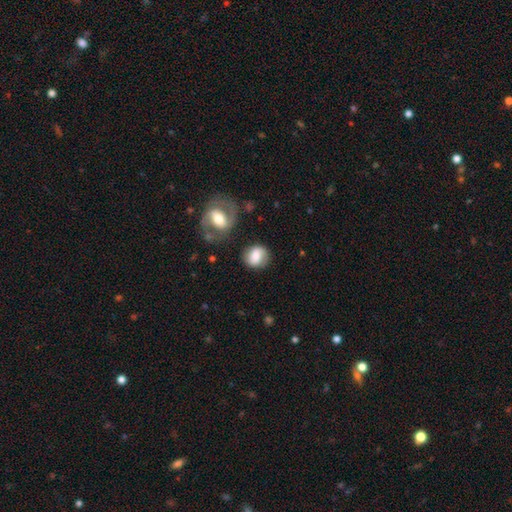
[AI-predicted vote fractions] Overall: smooth (68%). How rounded: round (73%). Merging: none (73%).